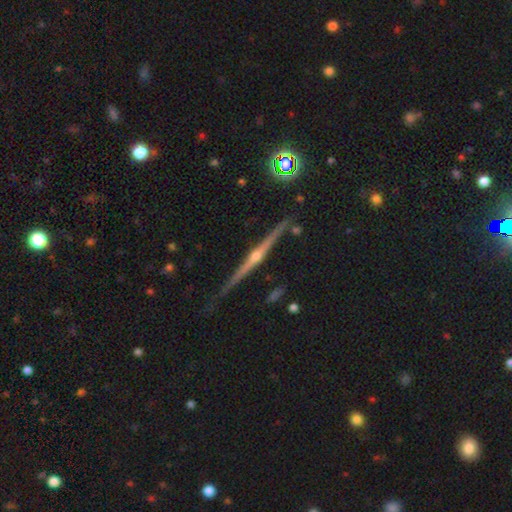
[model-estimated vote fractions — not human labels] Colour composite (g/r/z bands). It shows a featured or disk galaxy (87%) viewed edge-on (98%) with a rounded central bulge (92%). Merging: none (87%).